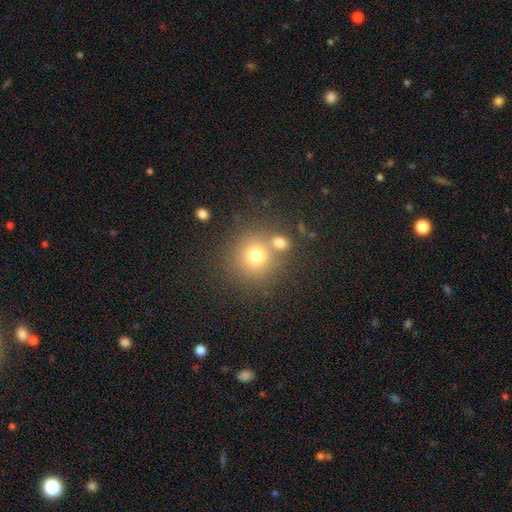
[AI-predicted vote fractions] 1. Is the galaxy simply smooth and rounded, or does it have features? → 73% smooth, 15% star or artifact, 12% featured or disk.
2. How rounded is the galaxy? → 90% round, 9% in between, 1% cigar-shaped.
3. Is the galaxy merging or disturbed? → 63% none, 25% merger, 9% minor disturbance, 4% major disturbance.